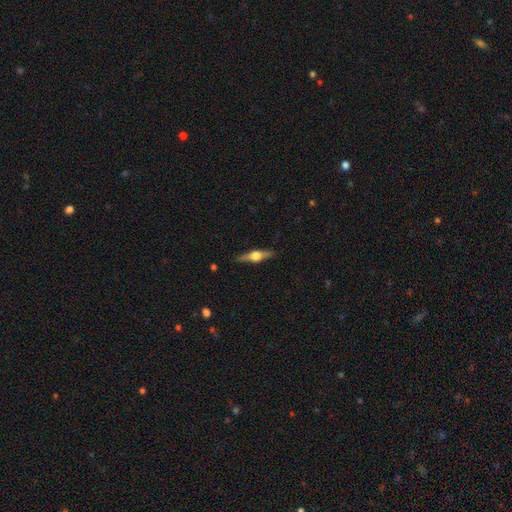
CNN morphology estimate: smooth-or-featured: featured or disk: 72% | smooth: 22% | star or artifact: 6%
  disk-edge-on: yes: 97% | no: 3%
    edge-on-bulge: rounded: 94% | boxy: 4% | none: 1%
  merging: none: 89% | minor disturbance: 8% | major disturbance: 2% | merger: 1%